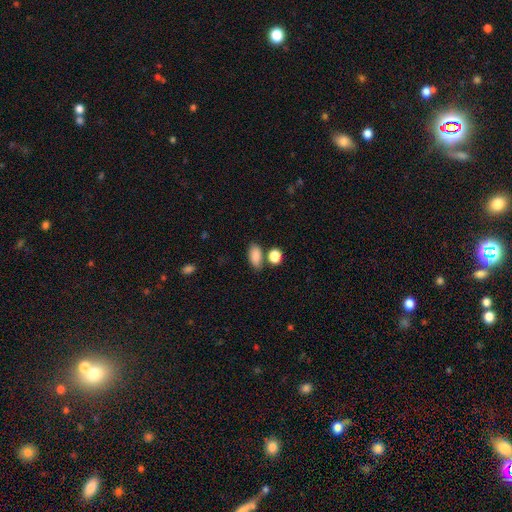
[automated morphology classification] smooth 86%, star or artifact 8%, featured or disk 5%. Down the decision tree: how rounded — in between (89%); merging — none (67%).